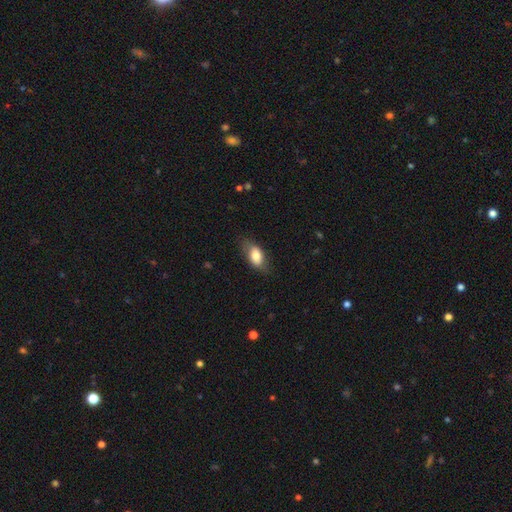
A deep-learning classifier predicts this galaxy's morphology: type=smooth (75%); roundness=in between (88%); merging=none (73%).